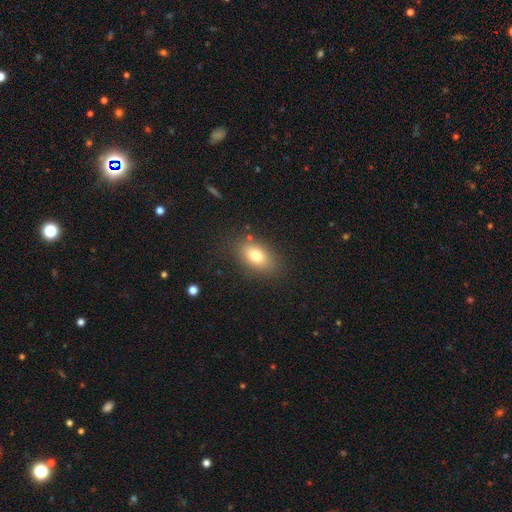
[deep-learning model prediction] Smooth or featured? smooth (76%)
How rounded? in between (85%)
Merging? none (83%)